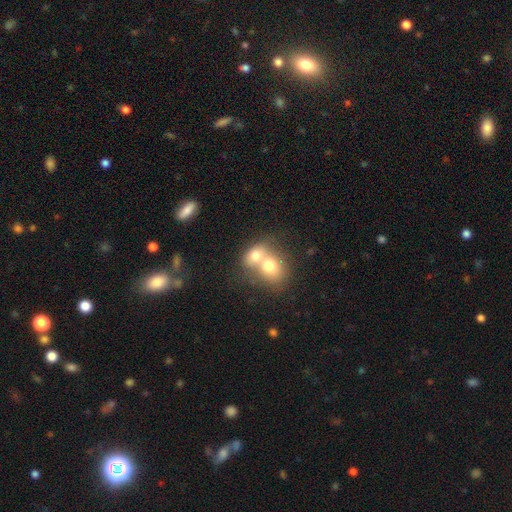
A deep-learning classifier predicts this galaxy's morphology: Smooth or featured? Predicted: smooth (p=0.71). How rounded? Predicted: in between (p=0.52). Merging? Predicted: merger (p=0.73).